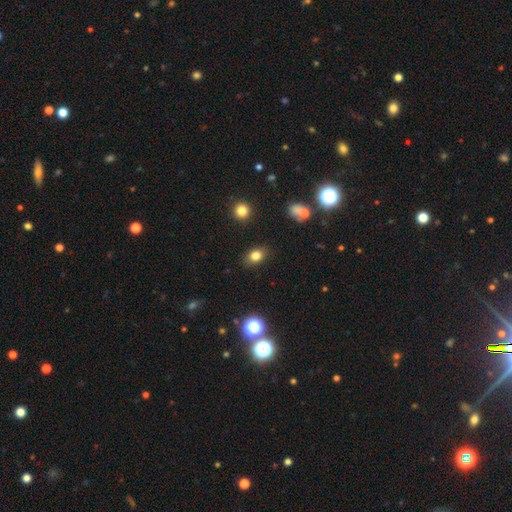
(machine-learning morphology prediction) The model was most divided on "how rounded": in between: 72%, round: 26%, cigar-shaped: 2%. More confident: merging — none (86%); smooth or featured — smooth (80%).